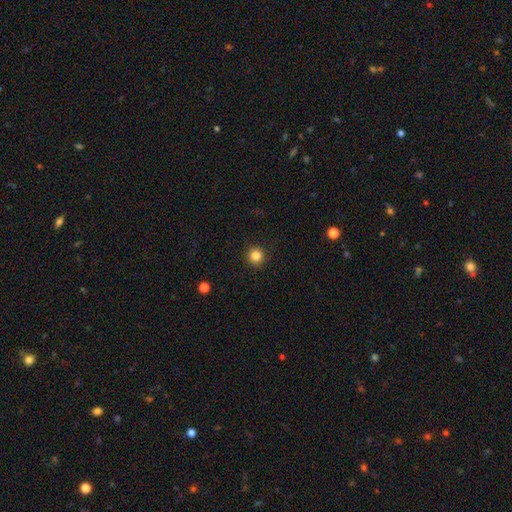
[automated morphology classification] type=smooth (84%); roundness=round (95%); merging=none (93%).